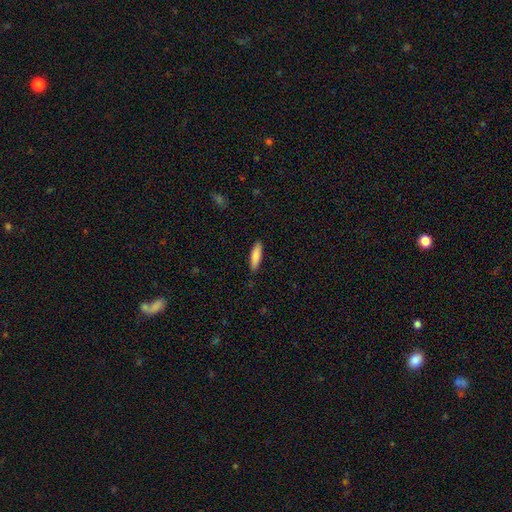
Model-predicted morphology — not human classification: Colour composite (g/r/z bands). It shows a smooth galaxy with no disk features (86%) that is cigar-shaped (61%). Merging: none (88%).